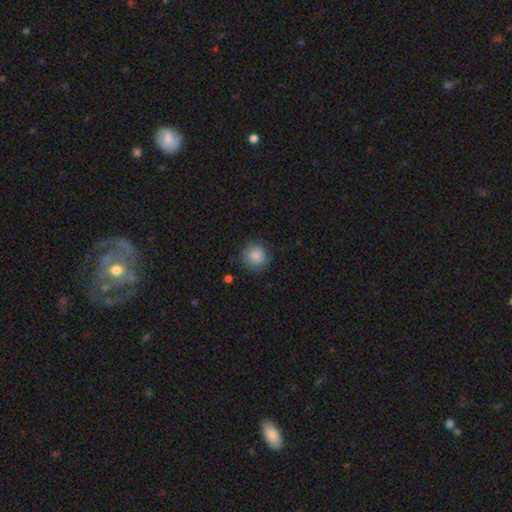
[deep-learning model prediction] Morphology: type=smooth (86%); roundness=round (91%); merging=none (81%).